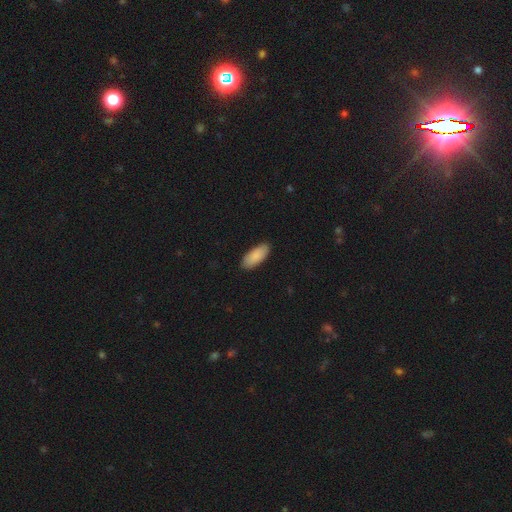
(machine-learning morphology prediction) smooth-or-featured: smooth: 90% | star or artifact: 5% | featured or disk: 5%
  how-rounded: in between: 85% | cigar-shaped: 13% | round: 2%
  merging: none: 88% | minor disturbance: 9% | major disturbance: 2% | merger: 1%